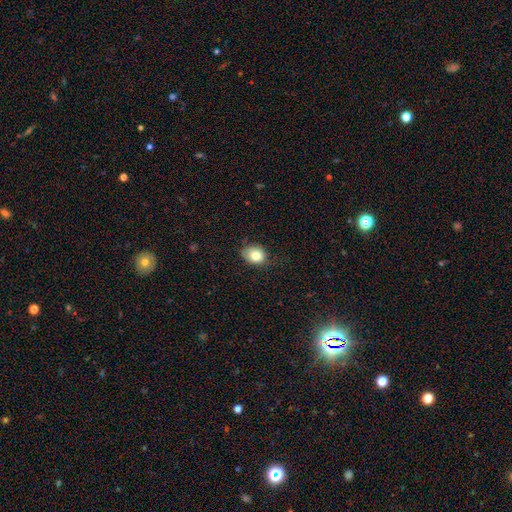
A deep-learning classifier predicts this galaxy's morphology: Smooth or featured? Predicted: smooth (p=0.79). How rounded? Predicted: round (p=0.56). Merging? Predicted: none (p=0.68).